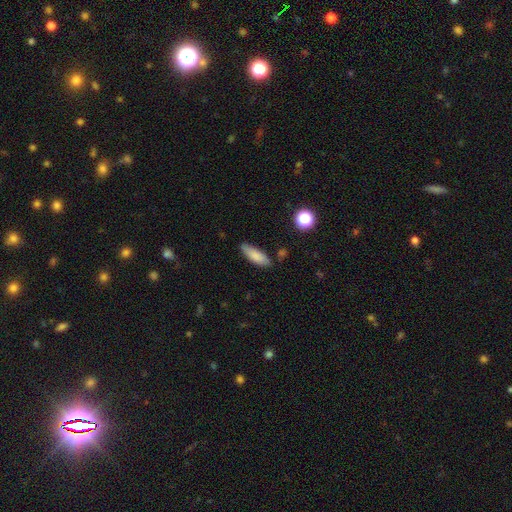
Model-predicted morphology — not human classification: smooth 83%, featured or disk 10%, star or artifact 8%. Down the decision tree: how rounded — in between (58%); merging — none (77%).